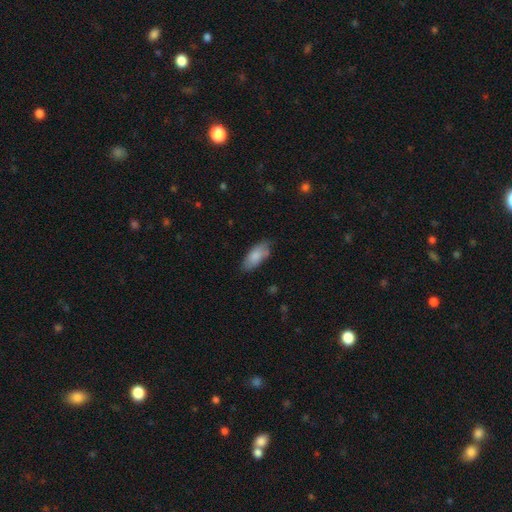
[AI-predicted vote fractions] Morphology: type=smooth (83%); roundness=in between (83%); merging=none (73%).